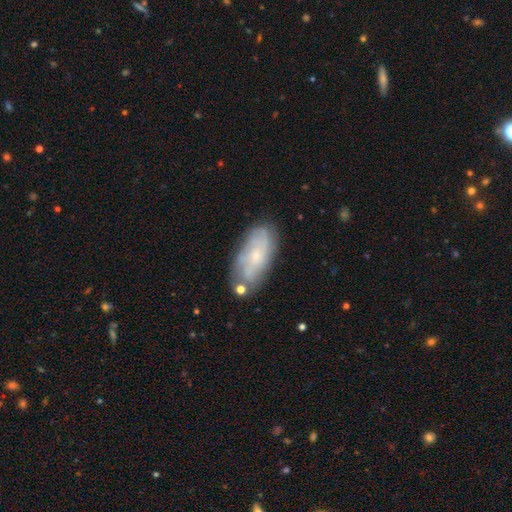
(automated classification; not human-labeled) This is possibly a featured or disk galaxy (55%). It is clearly not viewed edge-on (91%). Merging: likely none (71%).